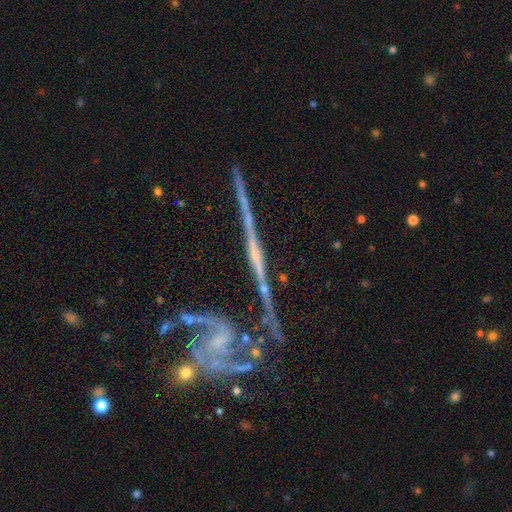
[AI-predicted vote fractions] This appears to be a featured or disk galaxy (84%) viewed edge-on (87%) with no central bulge (50%). Merging: none (65%).